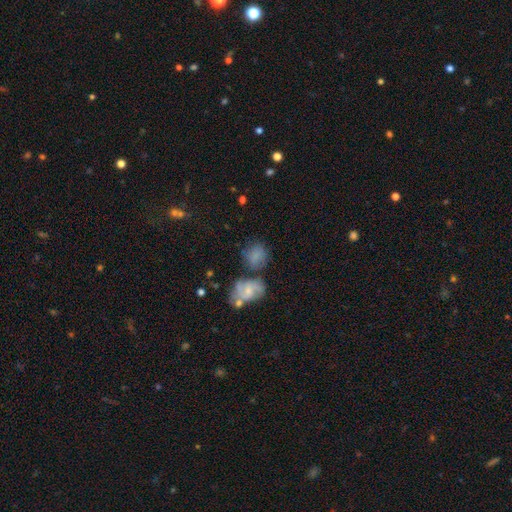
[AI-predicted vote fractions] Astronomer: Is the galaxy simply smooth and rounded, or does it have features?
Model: smooth — 68%.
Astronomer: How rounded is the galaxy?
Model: round — 63%.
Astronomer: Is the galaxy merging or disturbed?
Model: none — 45% (runner-up: merger, 25%).